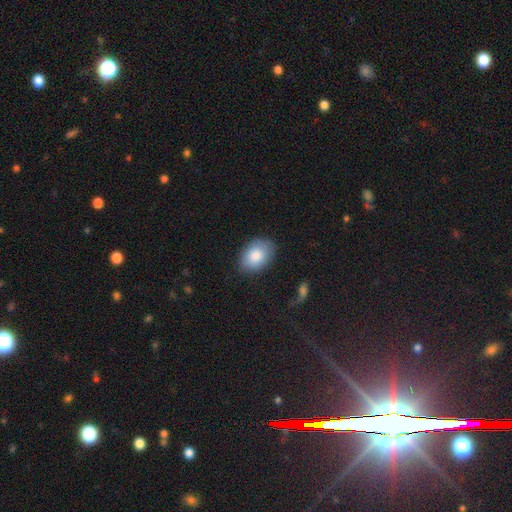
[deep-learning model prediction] Q: Smooth or featured?
A: smooth (84%); runner-up: featured or disk (9%)
Q: How rounded?
A: in between (79%); runner-up: round (20%)
Q: Merging?
A: none (83%); runner-up: minor disturbance (12%)